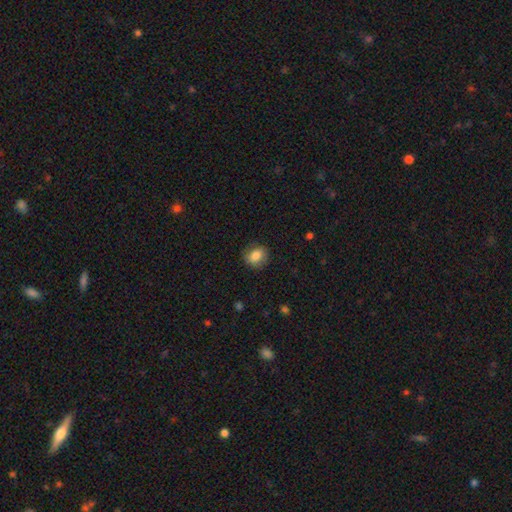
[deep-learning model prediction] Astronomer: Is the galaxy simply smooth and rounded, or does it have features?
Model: smooth — 82%.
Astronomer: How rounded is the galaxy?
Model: round — 63%.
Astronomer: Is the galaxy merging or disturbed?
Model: none — 83%.